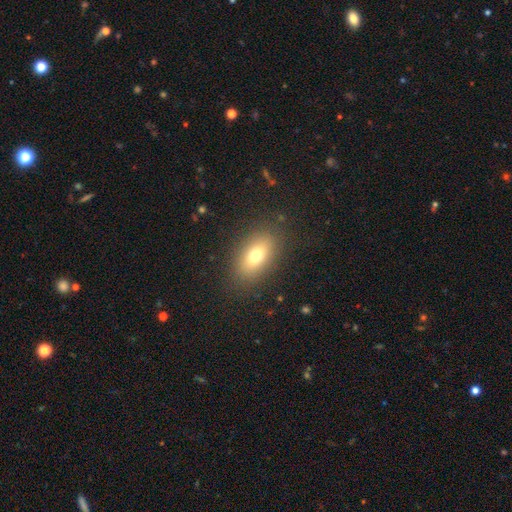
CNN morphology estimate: The model was most divided on "smooth or featured": smooth: 72%, featured or disk: 16%, star or artifact: 11%. More confident: merging — none (85%); how rounded — in between (85%).